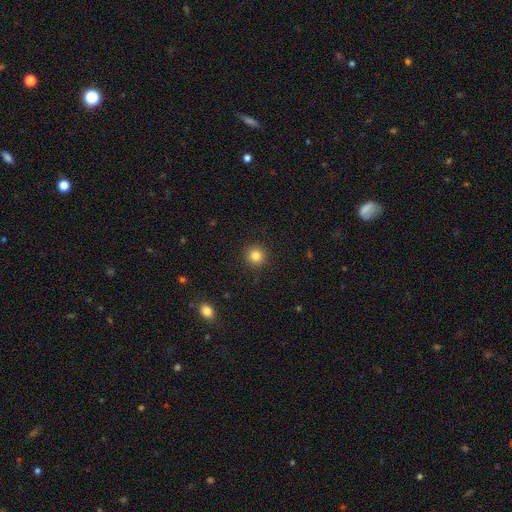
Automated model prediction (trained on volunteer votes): A smooth galaxy with no disk features (83%) that is round (95%). Merging: none (92%).